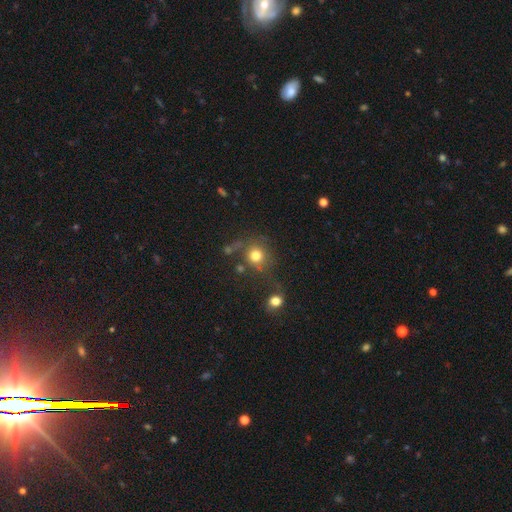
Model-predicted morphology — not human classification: Overall: smooth (78%). How rounded: round (88%). Merging: none (64%).